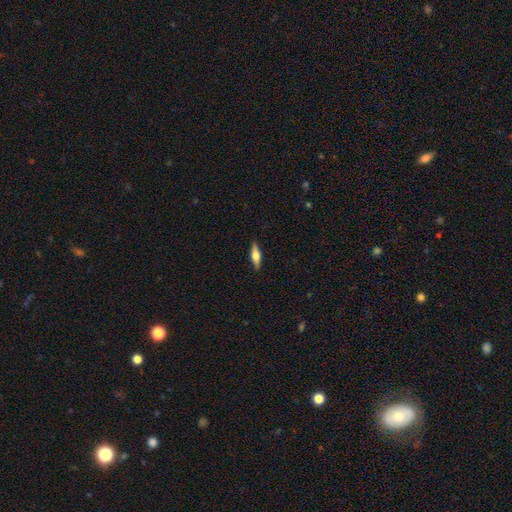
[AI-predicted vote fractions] featured or disk 48%, smooth 46%, star or artifact 6%. Down the decision tree: merging — none (89%).